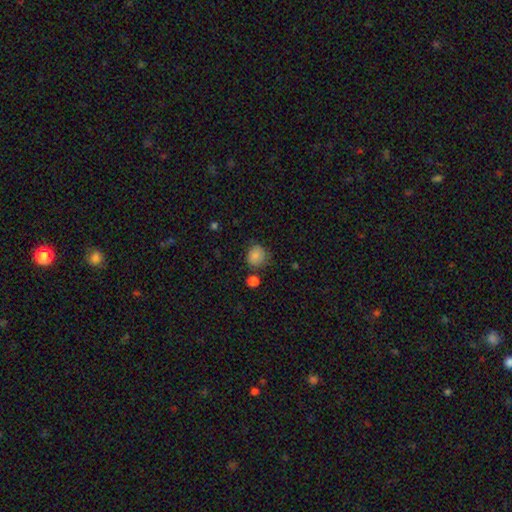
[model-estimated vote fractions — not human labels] smooth_or_featured: smooth (p=0.85) [alt: star or artifact p=0.09]
how_rounded: round (p=0.80) [alt: in between p=0.19]
merging: none (p=0.72) [alt: minor disturbance p=0.18]